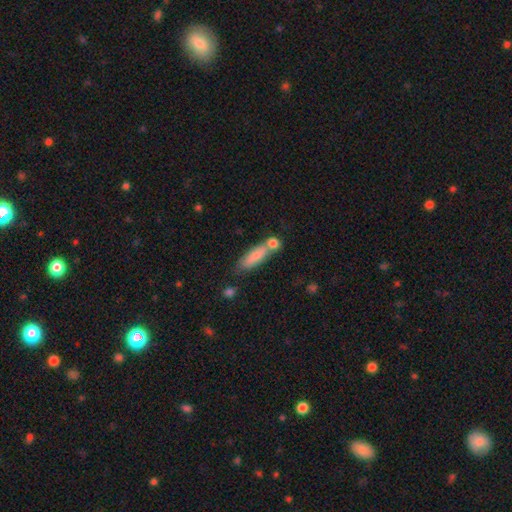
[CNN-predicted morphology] Q: Smooth or featured?
A: smooth (79%); runner-up: featured or disk (14%)
Q: How rounded?
A: cigar-shaped (58%); runner-up: in between (40%)
Q: Merging?
A: none (52%); runner-up: merger (28%)